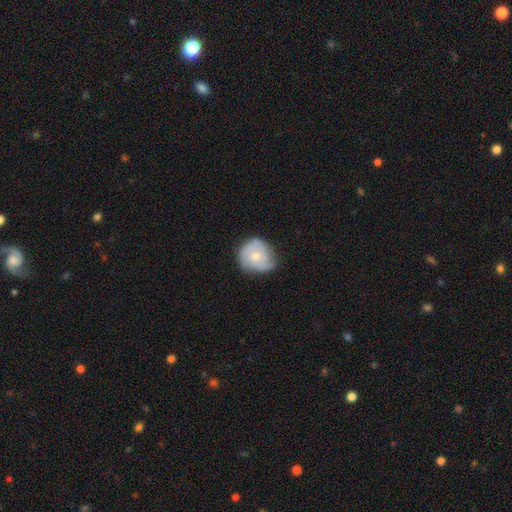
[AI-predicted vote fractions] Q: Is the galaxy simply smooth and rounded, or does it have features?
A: featured or disk — 48%.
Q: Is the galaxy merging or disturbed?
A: none — 57%.